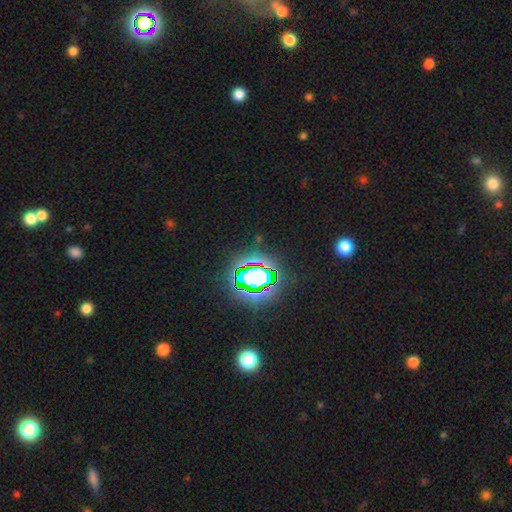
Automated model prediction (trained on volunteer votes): star or artifact 75%, smooth 15%, featured or disk 10%.